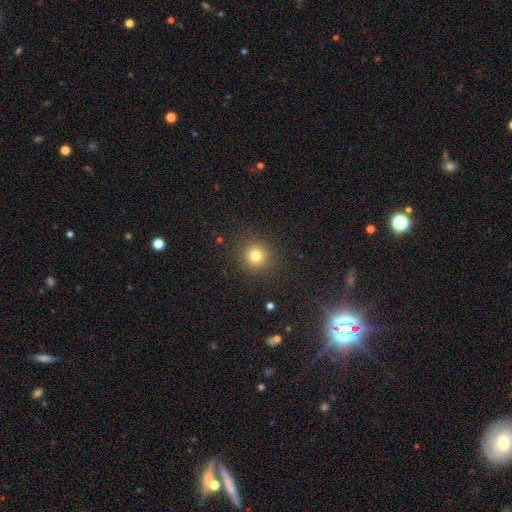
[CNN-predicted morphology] Smooth or featured? smooth (79%)
How rounded? round (92%)
Merging? none (90%)